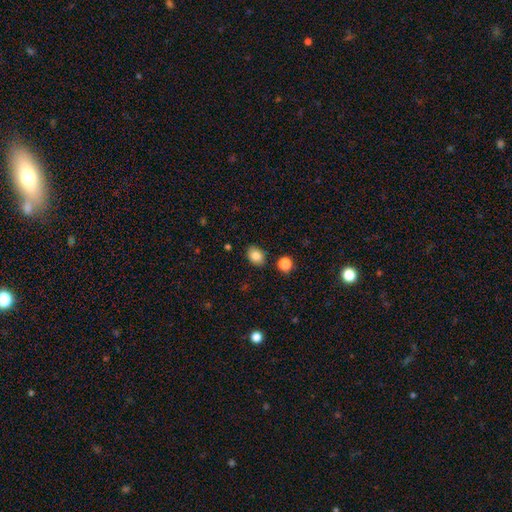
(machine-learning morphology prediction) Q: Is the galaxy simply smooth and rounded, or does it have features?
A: smooth — 85%.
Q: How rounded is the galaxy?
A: in between — 71%.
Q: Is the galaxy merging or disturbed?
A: none — 85%.